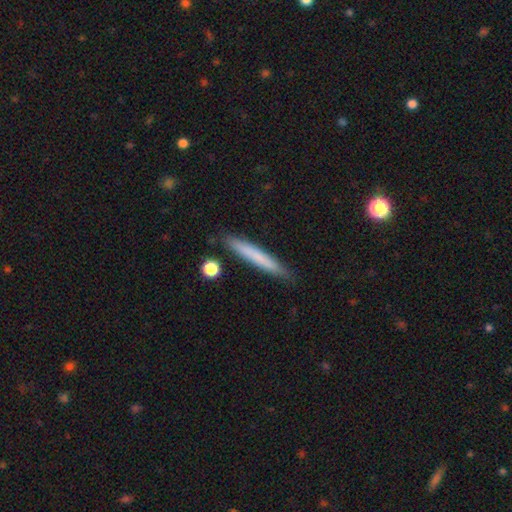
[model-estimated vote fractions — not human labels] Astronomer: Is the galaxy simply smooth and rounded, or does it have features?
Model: smooth — 70%.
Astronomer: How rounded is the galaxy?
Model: cigar-shaped — 96%.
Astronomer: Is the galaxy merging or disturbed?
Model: none — 87%.